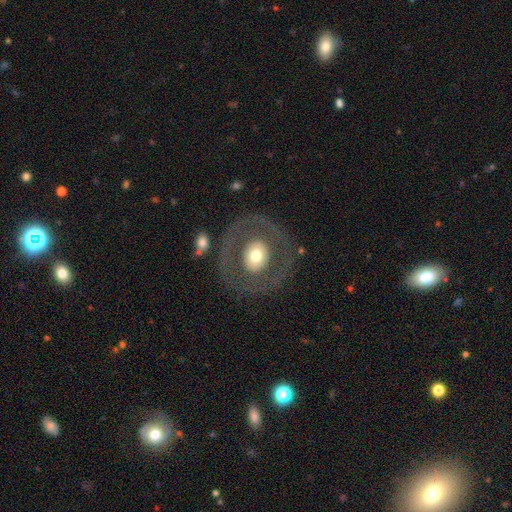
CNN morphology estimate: This appears to be a featured or disk galaxy (50%). Merging: none (78%).